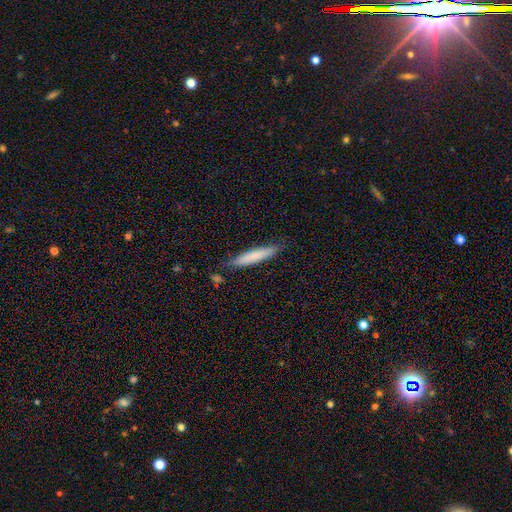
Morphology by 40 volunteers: Volunteers were most divided on "smooth or featured": smooth: 75%, featured or disk: 18%, star or artifact: 8%. More confident: how rounded — cigar-shaped (90%); merging — none (78%).